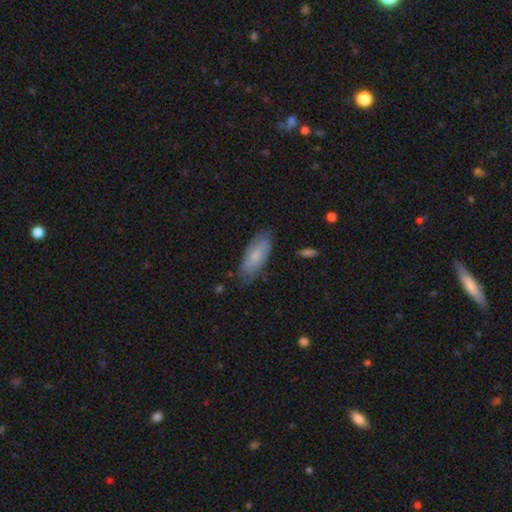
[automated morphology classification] The model was most divided on "smooth or featured": smooth: 69%, featured or disk: 25%, star or artifact: 6%. More confident: how rounded — in between (80%); merging — none (74%).